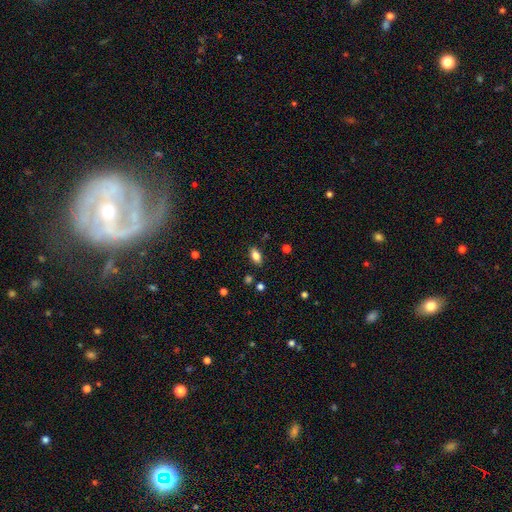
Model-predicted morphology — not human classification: smooth 80%, featured or disk 11%, star or artifact 9%. Down the decision tree: how rounded — in between (89%); merging — none (84%).